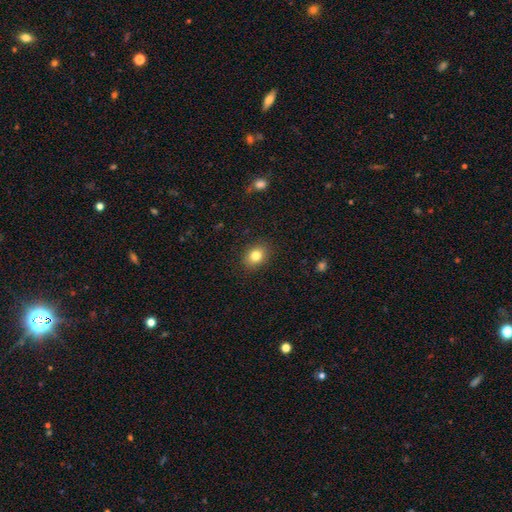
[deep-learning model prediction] smooth_or_featured: smooth (p=0.82) [alt: star or artifact p=0.10]
how_rounded: in between (p=0.55) [alt: round p=0.44]
merging: none (p=0.88) [alt: minor disturbance p=0.08]